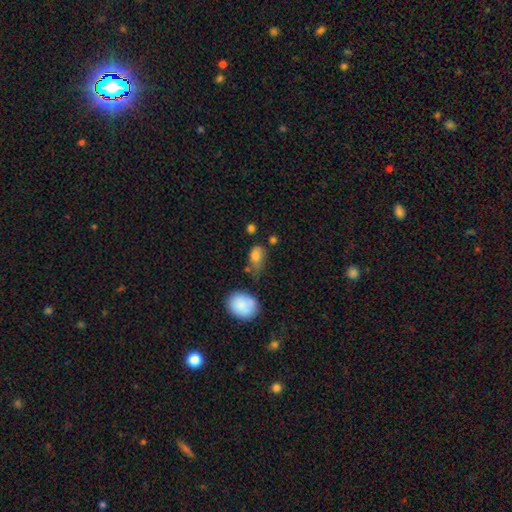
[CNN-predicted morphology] smooth 81%, star or artifact 10%, featured or disk 9%. Down the decision tree: how rounded — in between (81%); merging — none (48%).